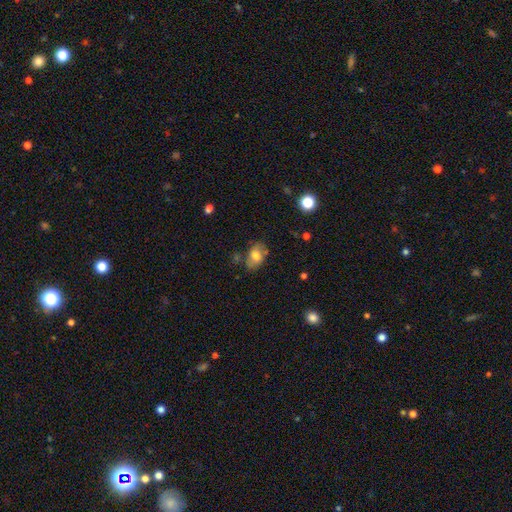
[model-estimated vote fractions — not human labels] A smooth galaxy with no disk features (66%) that is in between round and cigar-shaped (83%).

Vote fractions:
- Smooth or featured? smooth: 66% / featured or disk: 25% / star or artifact: 9%
- How rounded? in between: 83% / round: 15% / cigar-shaped: 2%
- Merging? none: 62% / minor disturbance: 23% / major disturbance: 8% / merger: 6%